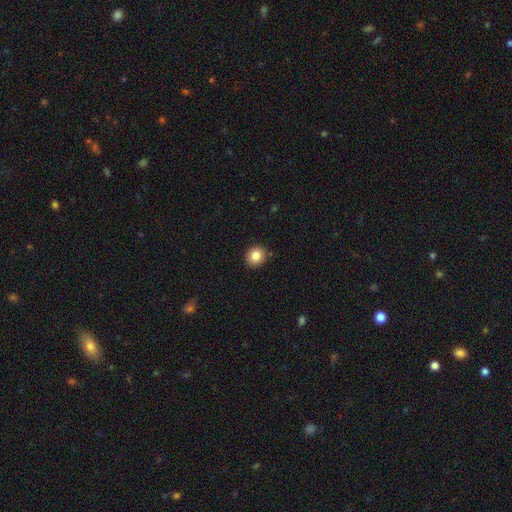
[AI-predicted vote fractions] This is clearly a smooth galaxy (84%). How rounded: clearly round (87%). Merging: clearly none (90%).